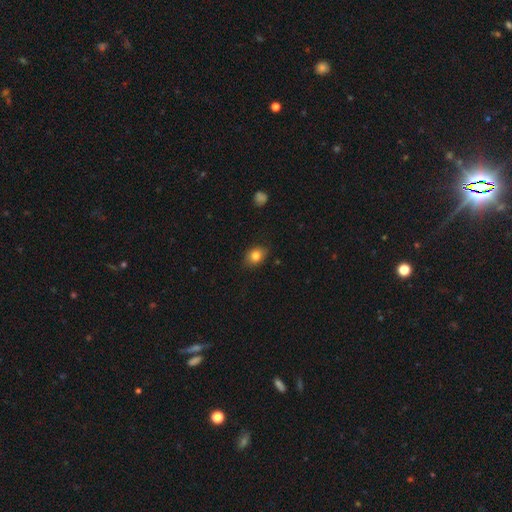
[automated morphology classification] Smooth or featured? smooth (82%)
How rounded? in between (63%)
Merging? none (84%)